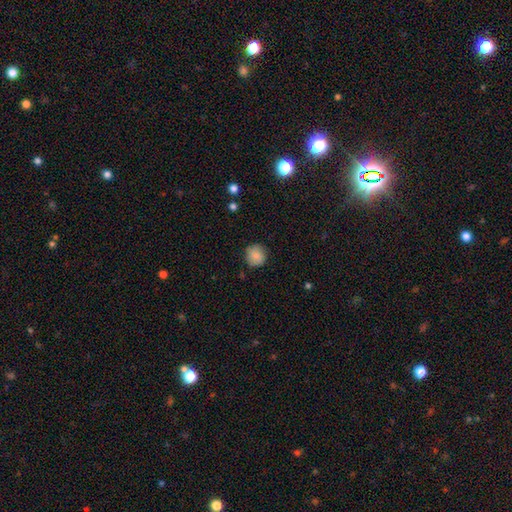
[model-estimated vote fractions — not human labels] This appears to be a smooth galaxy with no disk features (84%) that is round (91%). Merging: none (83%).